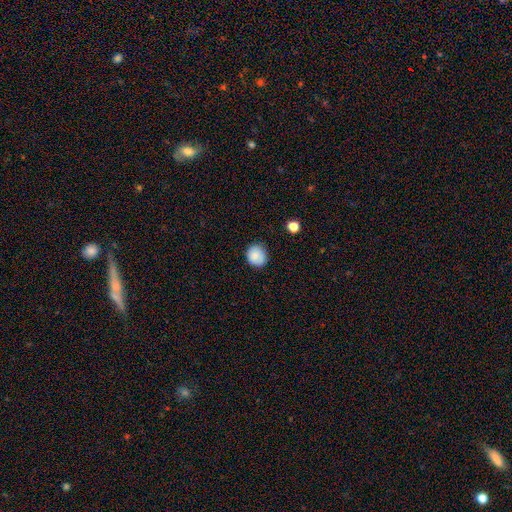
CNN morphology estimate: Overall: smooth (82%). How rounded: round (74%). Merging: none (81%).